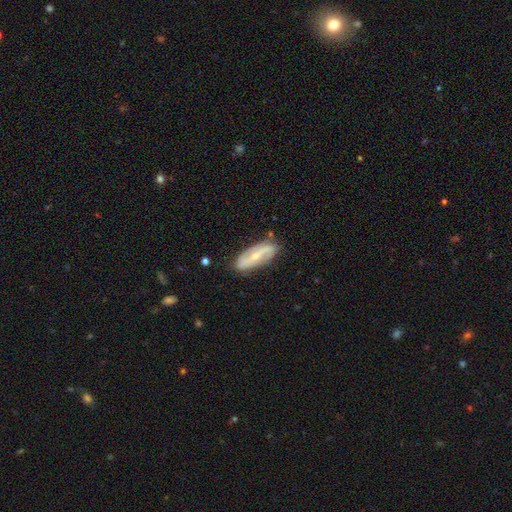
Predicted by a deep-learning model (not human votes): This appears to be a featured or disk galaxy (73%) with a strong bar (46%), 2 (89%) loose (52%) spiral arms (87%) and a small central bulge (66%). Merging: none (84%).